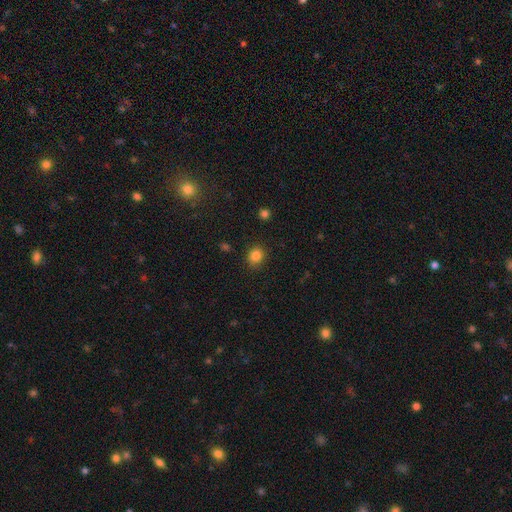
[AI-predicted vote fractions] Q: Smooth or featured?
A: smooth (83%); runner-up: star or artifact (12%)
Q: How rounded?
A: round (74%); runner-up: in between (26%)
Q: Merging?
A: none (88%); runner-up: minor disturbance (8%)